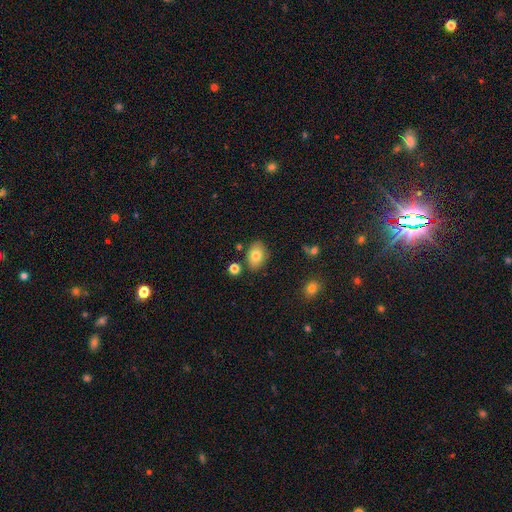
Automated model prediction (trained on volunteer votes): The model was most divided on "how rounded": in between: 76%, round: 23%, cigar-shaped: 1%. More confident: merging — none (81%); smooth or featured — smooth (79%).